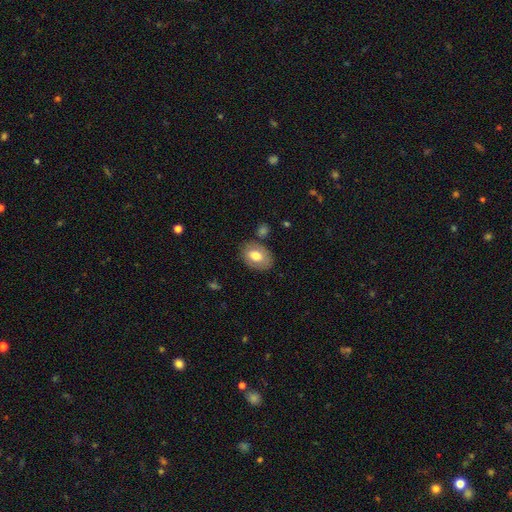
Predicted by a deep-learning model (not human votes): smooth-or-featured: smooth: 69% | featured or disk: 24% | star or artifact: 7%
  how-rounded: in between: 76% | round: 23% | cigar-shaped: 1%
  merging: none: 77% | minor disturbance: 15% | merger: 4% | major disturbance: 4%